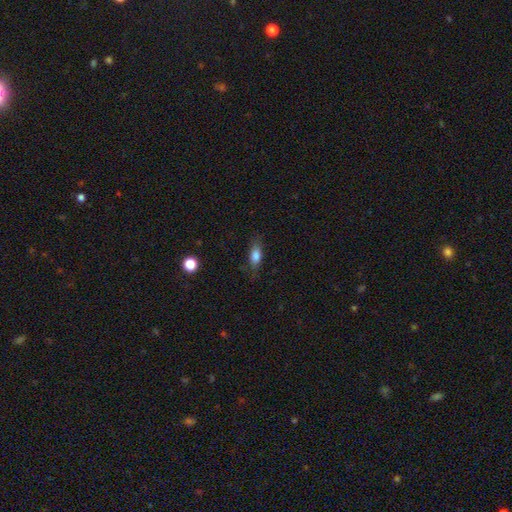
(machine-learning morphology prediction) The model was most divided on "how rounded": in between: 70%, cigar-shaped: 25%, round: 5%. More confident: smooth or featured — smooth (77%); merging — none (74%).